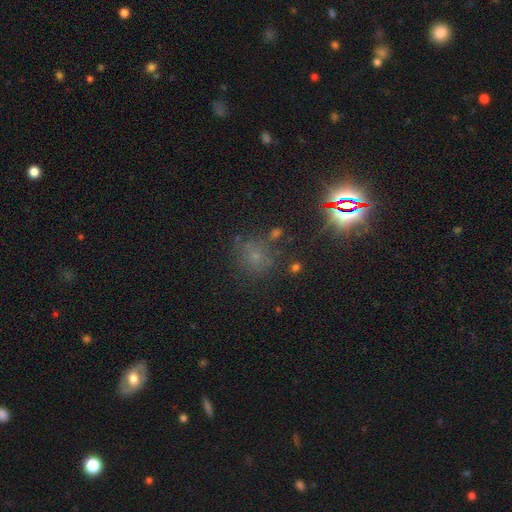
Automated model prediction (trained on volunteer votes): smooth-or-featured: star or artifact: 45% | smooth: 44% | featured or disk: 11%